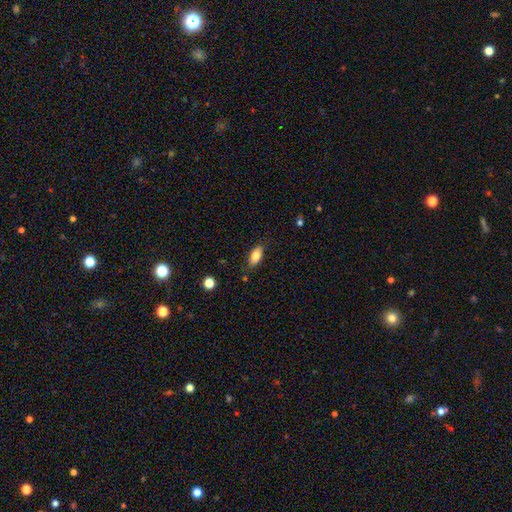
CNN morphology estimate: A smooth galaxy with no disk features (79%) that is in between round and cigar-shaped (88%).

Vote fractions:
- Smooth or featured? smooth: 79% / featured or disk: 14% / star or artifact: 8%
- How rounded? in between: 88% / cigar-shaped: 8% / round: 4%
- Merging? none: 80% / minor disturbance: 15% / major disturbance: 3% / merger: 2%